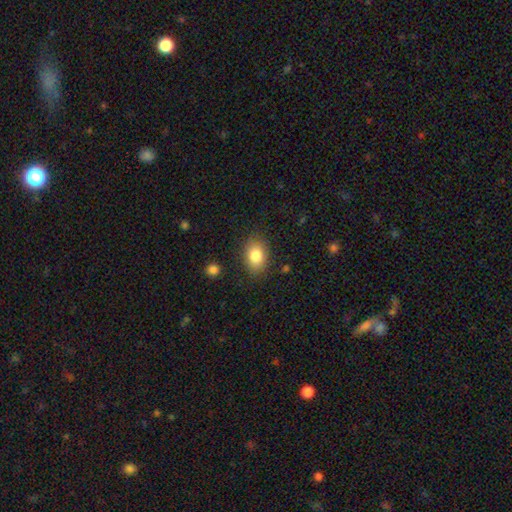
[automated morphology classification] smooth_or_featured: smooth (p=0.83) [alt: featured or disk p=0.09]
how_rounded: in between (p=0.78) [alt: round p=0.21]
merging: none (p=0.84) [alt: minor disturbance p=0.11]